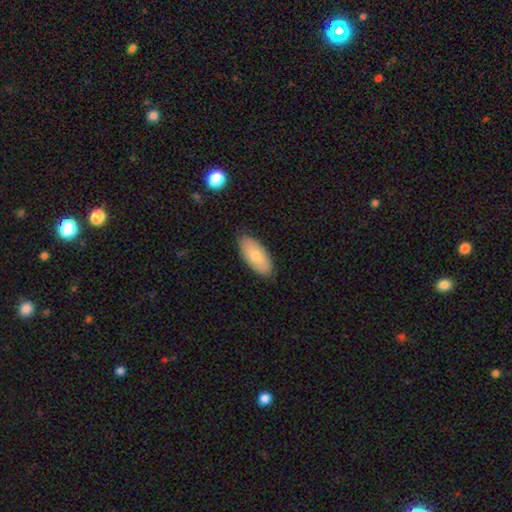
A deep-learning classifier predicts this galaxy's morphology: Overall: smooth (78%). How rounded: in between (91%). Merging: none (84%).